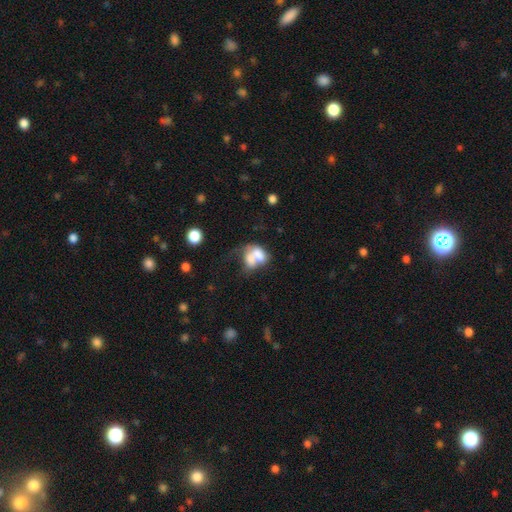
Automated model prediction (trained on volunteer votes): Smooth or featured?
  - smooth: 63% *
  - featured or disk: 27%
  - star or artifact: 10%
How rounded?
  - in between: 73% *
  - round: 25%
  - cigar-shaped: 2%
Merging?
  - merger: 67% *
  - none: 14%
  - major disturbance: 10%
  - minor disturbance: 8%